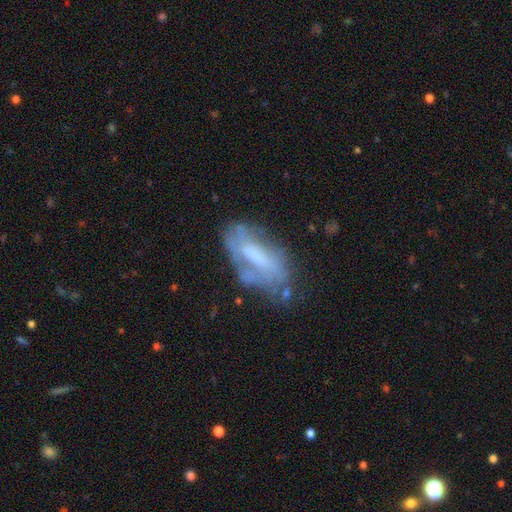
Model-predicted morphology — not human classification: Smooth or featured? featured or disk (54%)
Edge-on disk? no (88%)
Merging? none (48%)